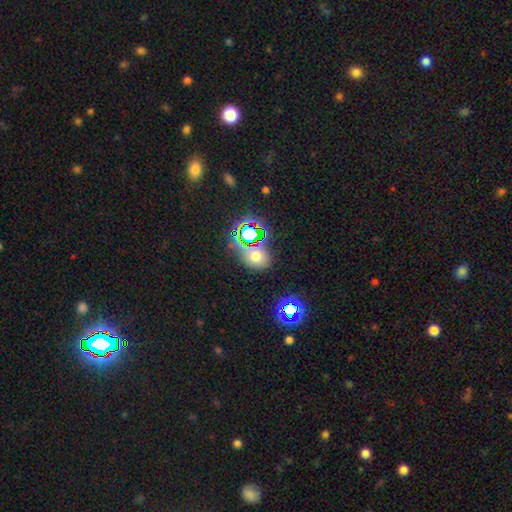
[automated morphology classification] Smooth or featured?
  - smooth: 55% *
  - star or artifact: 34%
  - featured or disk: 10%
How rounded?
  - round: 58% *
  - in between: 41%
  - cigar-shaped: 1%
Merging?
  - none: 68% *
  - merger: 13%
  - minor disturbance: 13%
  - major disturbance: 6%